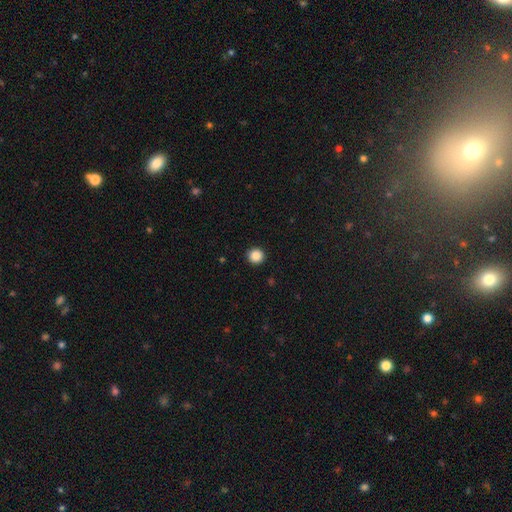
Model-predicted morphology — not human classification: Smooth or featured?
  - smooth: 87% *
  - star or artifact: 10%
  - featured or disk: 3%
How rounded?
  - round: 95% *
  - in between: 4%
  - cigar-shaped: 1%
Merging?
  - none: 93% *
  - minor disturbance: 4%
  - major disturbance: 1%
  - merger: 1%